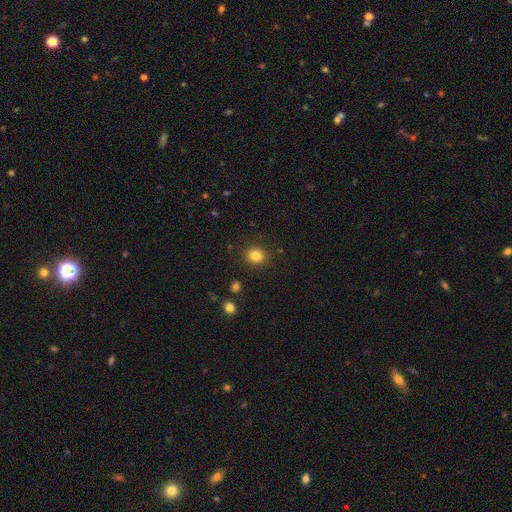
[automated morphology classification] A smooth galaxy with no disk features (83%) that is round (79%). Merging: none (89%).